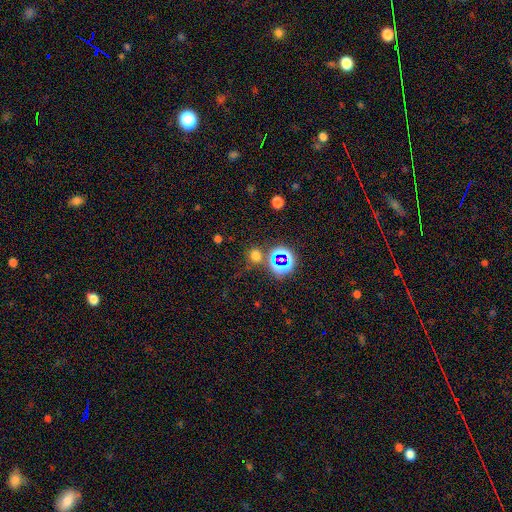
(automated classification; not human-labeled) The model was most divided on "smooth or featured": smooth: 59%, star or artifact: 35%, featured or disk: 7%. More confident: how rounded — round (83%); merging — none (74%).